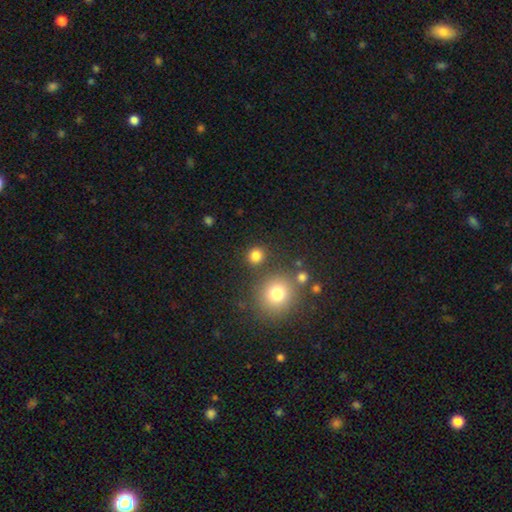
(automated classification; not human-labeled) A smooth galaxy with no disk features (80%) that is round (89%).

Vote fractions:
- Smooth or featured? smooth: 80% / star or artifact: 15% / featured or disk: 5%
- How rounded? round: 89% / in between: 10% / cigar-shaped: 1%
- Merging? none: 84% / merger: 6% / minor disturbance: 6% / major disturbance: 3%